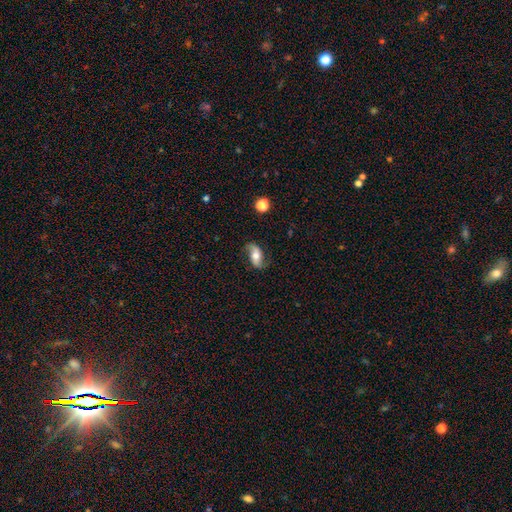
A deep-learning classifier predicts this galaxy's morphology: This appears to be a featured or disk galaxy (59%) with no bar (53%), spiral arms (87%) and a moderate central bulge (64%). Merging: none (72%).